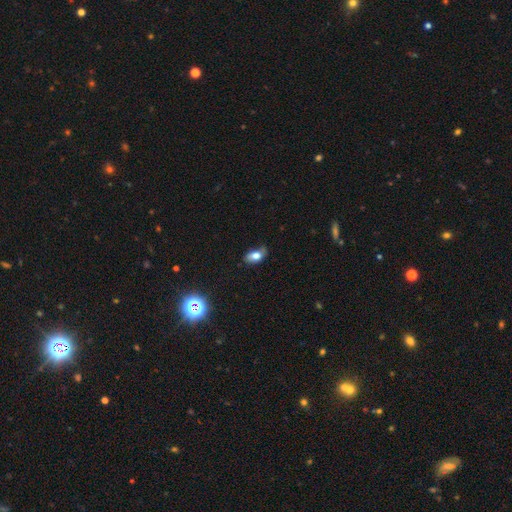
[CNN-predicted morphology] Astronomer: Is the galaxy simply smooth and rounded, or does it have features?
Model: smooth — 75%.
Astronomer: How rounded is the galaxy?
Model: in between — 89%.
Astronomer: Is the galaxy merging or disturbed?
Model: none — 56% (runner-up: minor disturbance, 33%).